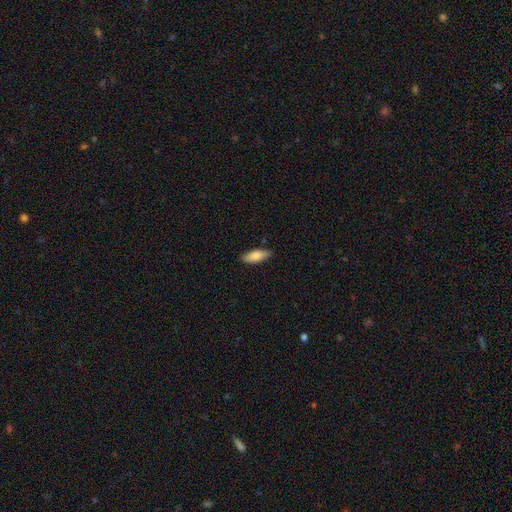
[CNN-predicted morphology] Overall: smooth (83%). How rounded: in between (71%). Merging: none (86%).